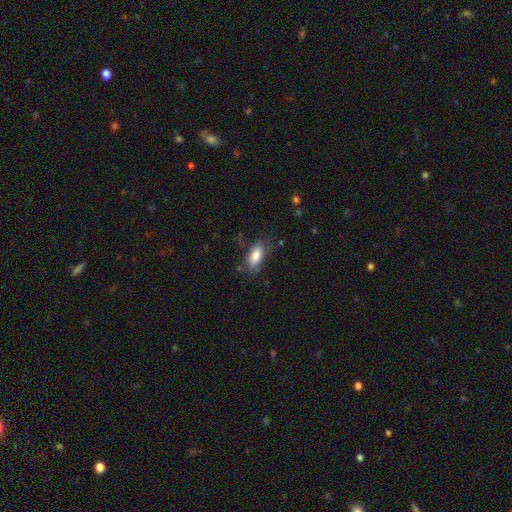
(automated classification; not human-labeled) The model was most divided on "merging": none: 71%, minor disturbance: 20%, major disturbance: 7%, merger: 2%. More confident: how rounded — in between (85%); smooth or featured — smooth (83%).